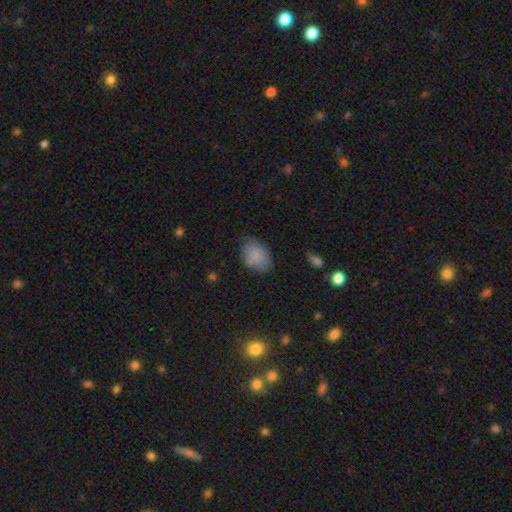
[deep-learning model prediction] This appears to be a smooth galaxy with no disk features (84%) that is in between round and cigar-shaped (84%). Merging: none (72%).